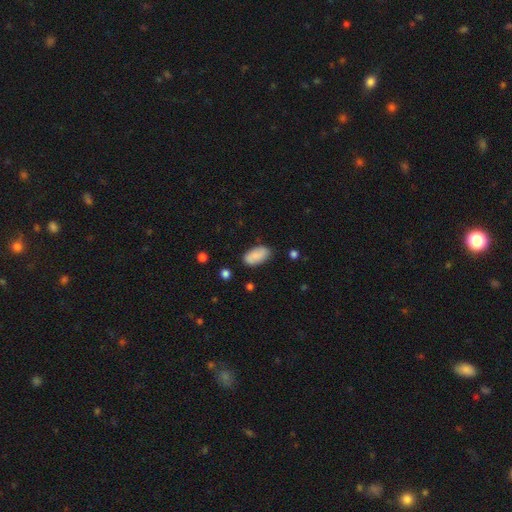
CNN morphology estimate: A smooth galaxy with no disk features (83%) that is in between round and cigar-shaped (94%).

Vote fractions:
- Smooth or featured? smooth: 83% / featured or disk: 10% / star or artifact: 7%
- How rounded? in between: 94% / round: 3% / cigar-shaped: 3%
- Merging? none: 80% / minor disturbance: 14% / major disturbance: 3% / merger: 2%